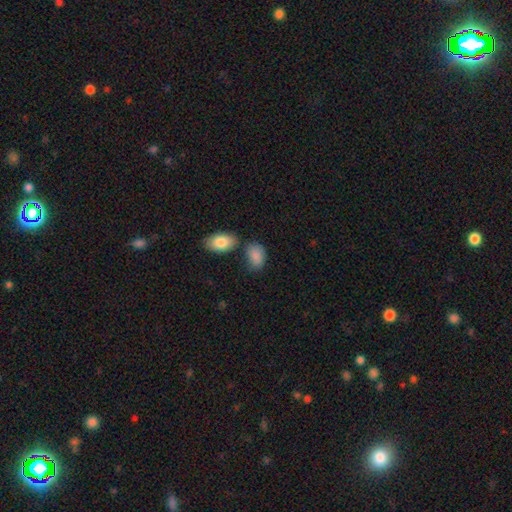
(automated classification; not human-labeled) smooth 87%, star or artifact 7%, featured or disk 6%. Down the decision tree: how rounded — in between (89%); merging — none (56%).